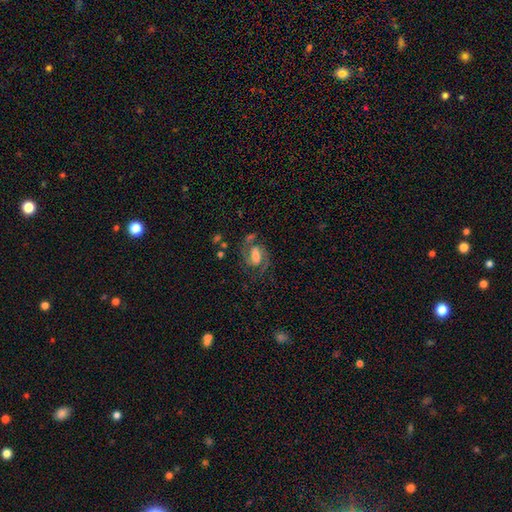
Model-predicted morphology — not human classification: A featured or disk galaxy (83%) with a weak bar (47%), 2 (89%) medium (57%) spiral arms (96%) and a moderate central bulge (48%). Merging: none (69%).